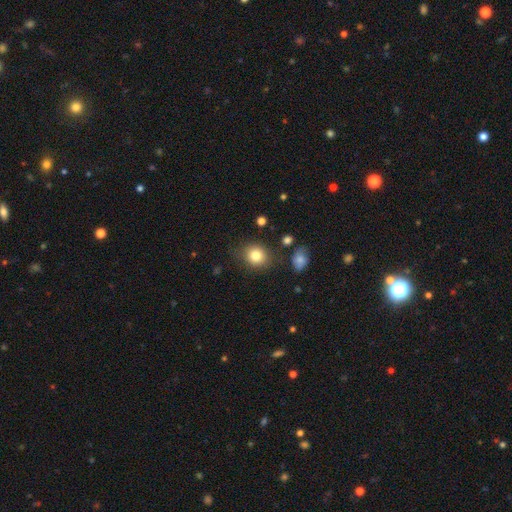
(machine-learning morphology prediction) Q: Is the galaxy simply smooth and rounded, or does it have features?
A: smooth — 81%.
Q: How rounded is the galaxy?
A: round — 69%.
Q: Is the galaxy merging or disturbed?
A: none — 81%.